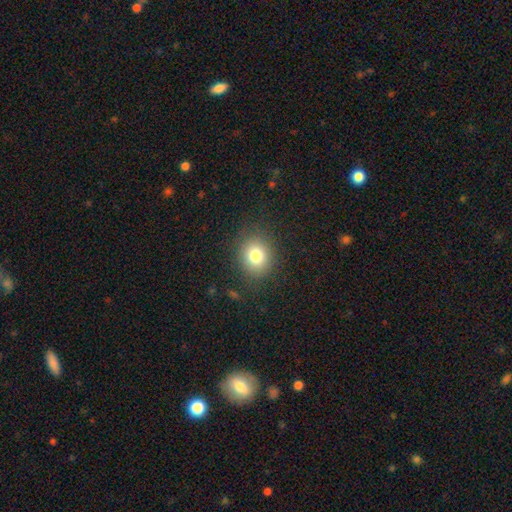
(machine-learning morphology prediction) A smooth galaxy with no disk features (79%) that is round (72%).

Vote fractions:
- Smooth or featured? smooth: 79% / star or artifact: 12% / featured or disk: 9%
- How rounded? round: 72% / in between: 27% / cigar-shaped: 1%
- Merging? none: 86% / minor disturbance: 9% / major disturbance: 4% / merger: 1%